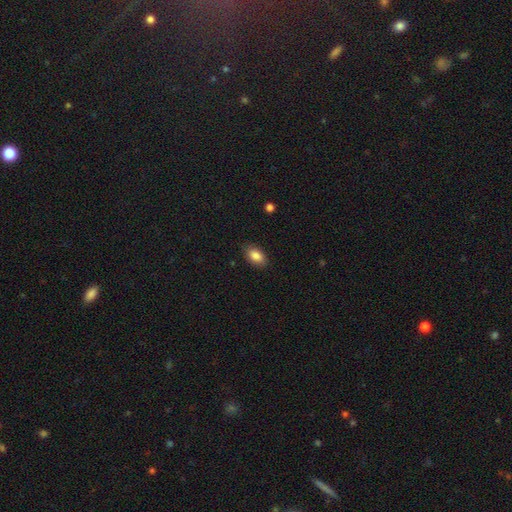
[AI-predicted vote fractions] Q: Smooth or featured?
A: smooth (87%); runner-up: star or artifact (7%)
Q: How rounded?
A: in between (91%); runner-up: round (6%)
Q: Merging?
A: none (86%); runner-up: minor disturbance (10%)